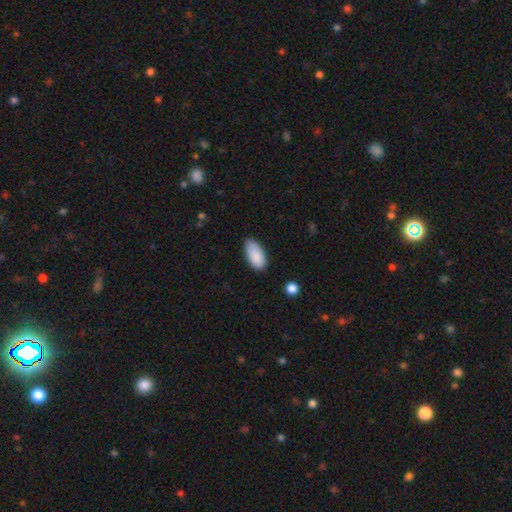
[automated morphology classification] A smooth galaxy with no disk features (89%) that is in between round and cigar-shaped (93%). Merging: none (79%).